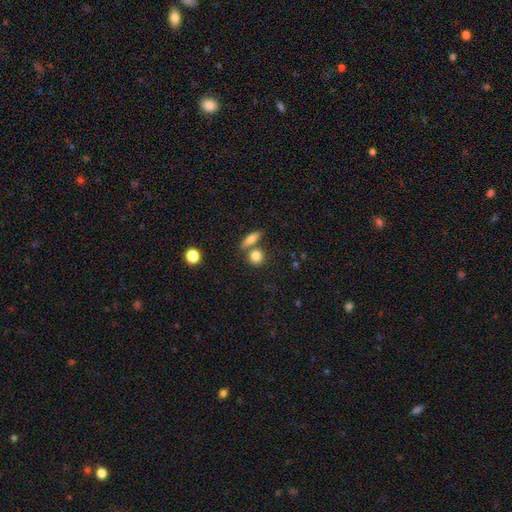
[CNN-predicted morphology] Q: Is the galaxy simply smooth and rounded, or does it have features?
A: smooth — 82%.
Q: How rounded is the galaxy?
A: round — 70%.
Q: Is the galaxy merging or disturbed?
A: none — 60%.